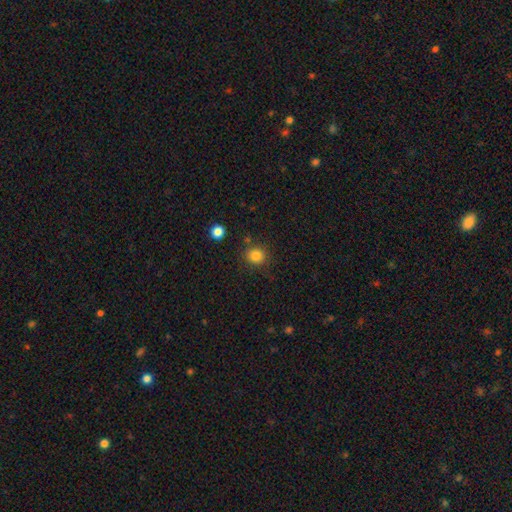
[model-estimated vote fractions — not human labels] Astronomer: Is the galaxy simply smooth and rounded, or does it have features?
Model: smooth — 84%.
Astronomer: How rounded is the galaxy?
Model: round — 88%.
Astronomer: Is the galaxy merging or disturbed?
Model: none — 84%.